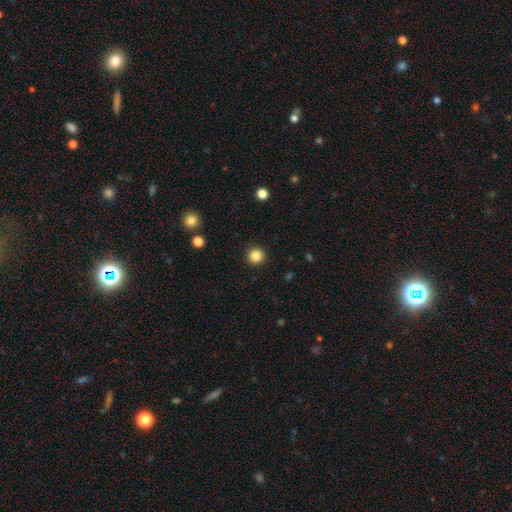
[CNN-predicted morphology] Overall: smooth (86%). How rounded: round (96%). Merging: none (93%).